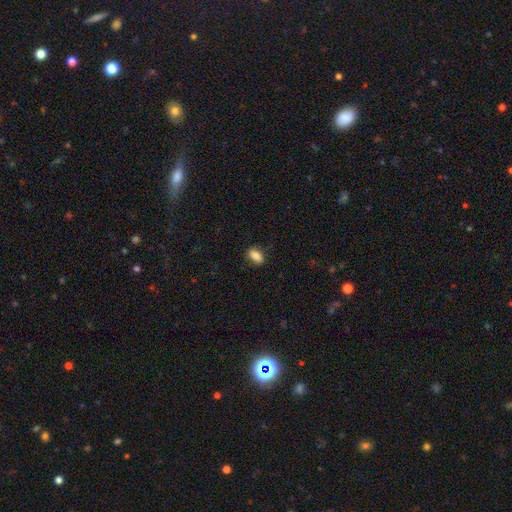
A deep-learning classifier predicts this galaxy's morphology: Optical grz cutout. It shows a smooth galaxy with no disk features (84%) that is in between round and cigar-shaped (86%). Merging: none (84%).